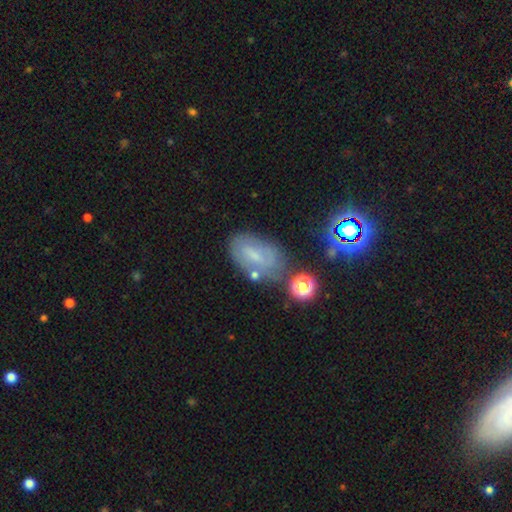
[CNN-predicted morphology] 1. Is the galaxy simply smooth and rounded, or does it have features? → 47% featured or disk, 38% smooth, 15% star or artifact.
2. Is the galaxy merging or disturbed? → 60% none, 22% minor disturbance, 9% major disturbance, 8% merger.